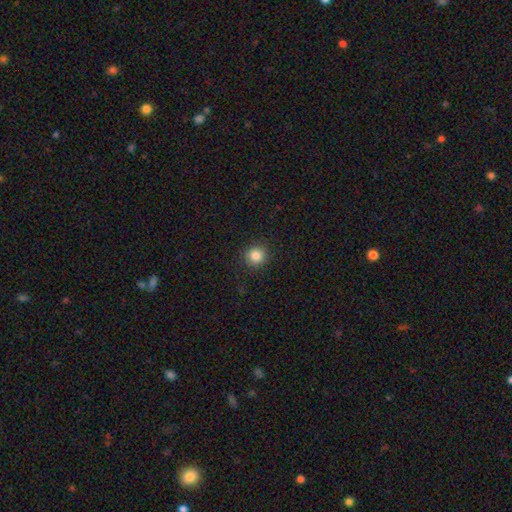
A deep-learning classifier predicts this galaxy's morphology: Overall: smooth (84%). How rounded: round (93%). Merging: none (91%).